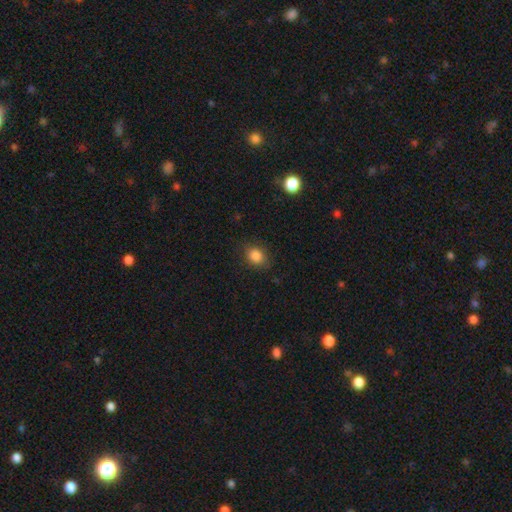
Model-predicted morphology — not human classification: Overall: smooth (85%). How rounded: round (51%; in between 48%). Merging: none (84%).